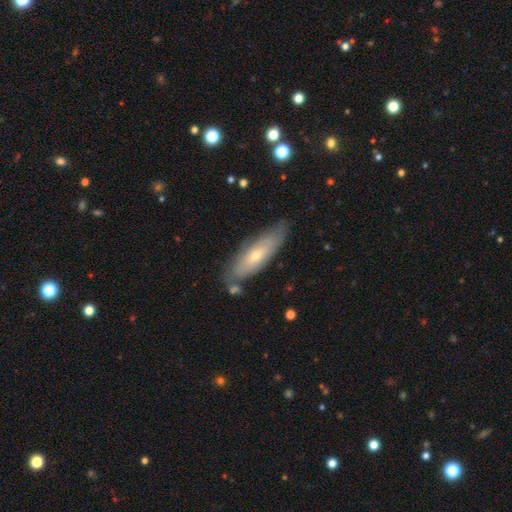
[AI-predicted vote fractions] The model was most divided on "smooth or featured": smooth: 48%, featured or disk: 45%, star or artifact: 7%. More confident: merging — none (72%).